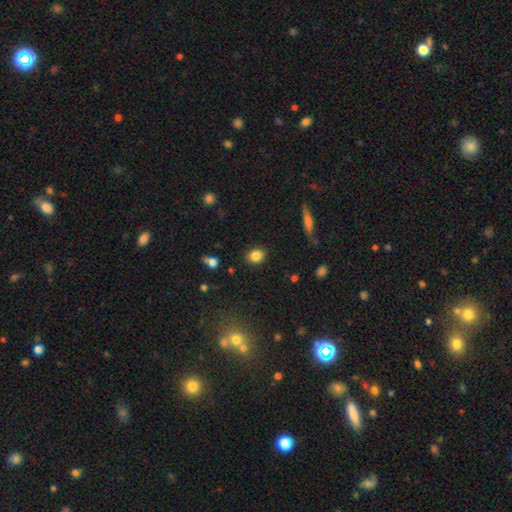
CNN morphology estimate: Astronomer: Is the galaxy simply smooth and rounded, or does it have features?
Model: smooth — 84%.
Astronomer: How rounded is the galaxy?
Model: round — 63%.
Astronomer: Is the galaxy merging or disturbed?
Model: none — 88%.